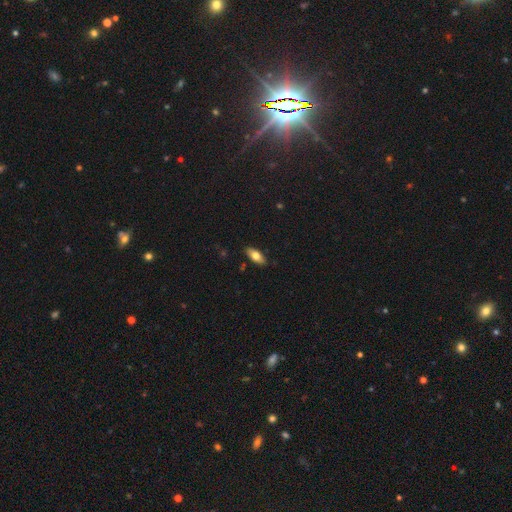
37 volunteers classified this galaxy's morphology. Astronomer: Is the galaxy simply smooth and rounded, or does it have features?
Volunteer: smooth — 78%.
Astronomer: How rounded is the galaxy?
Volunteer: in between — 93%.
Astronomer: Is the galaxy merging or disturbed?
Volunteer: none — 94%.